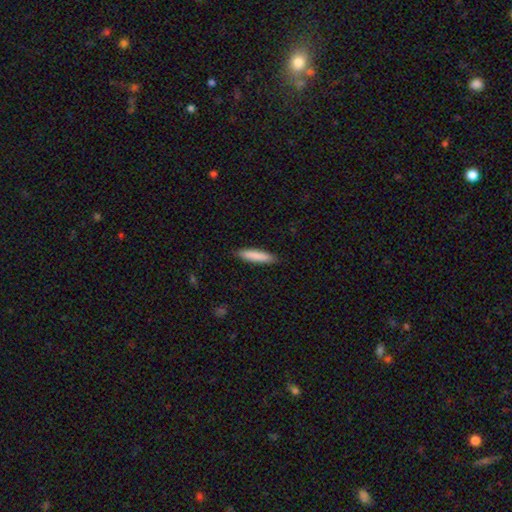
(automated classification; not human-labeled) Smooth or featured? Predicted: smooth (p=0.86). How rounded? Predicted: cigar-shaped (p=0.83). Merging? Predicted: none (p=0.89).